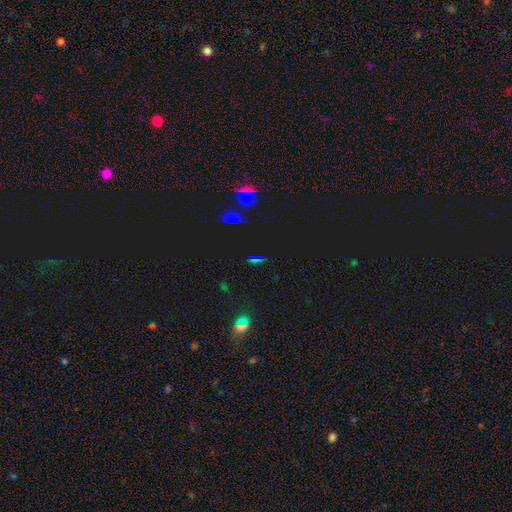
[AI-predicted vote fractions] star or artifact 55%, smooth 33%, featured or disk 12%.